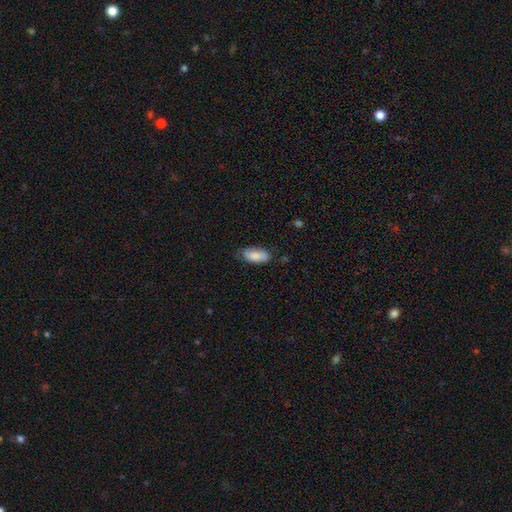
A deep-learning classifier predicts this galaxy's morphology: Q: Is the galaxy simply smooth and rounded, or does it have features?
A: smooth — 80%.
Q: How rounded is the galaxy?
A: in between — 89%.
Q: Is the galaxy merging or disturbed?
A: none — 64%.